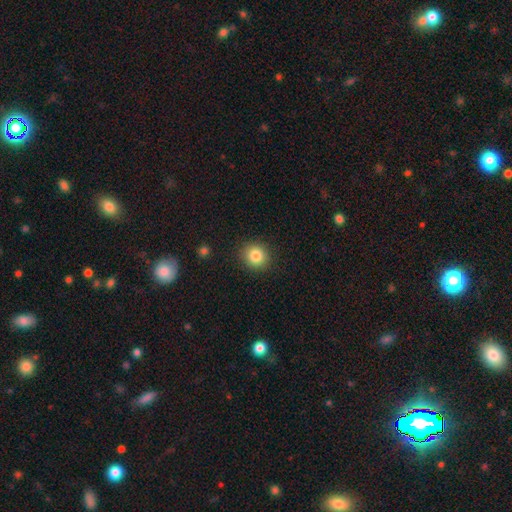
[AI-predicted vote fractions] A smooth galaxy with no disk features (84%) that is round (84%). Merging: none (90%).